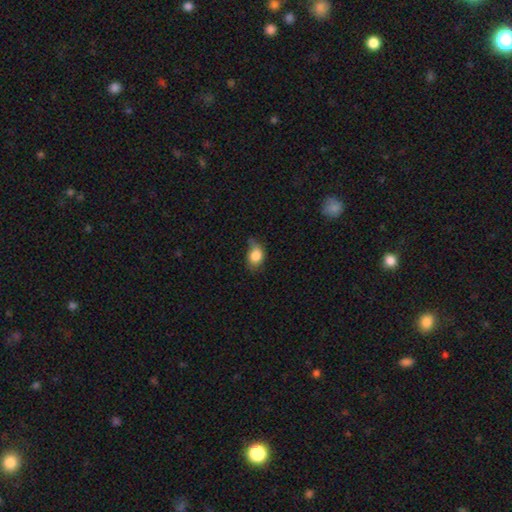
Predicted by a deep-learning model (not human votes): smooth-or-featured: smooth: 83% | featured or disk: 9% | star or artifact: 9%
  how-rounded: in between: 55% | round: 43% | cigar-shaped: 1%
  merging: none: 41% | minor disturbance: 40% | major disturbance: 15% | merger: 4%